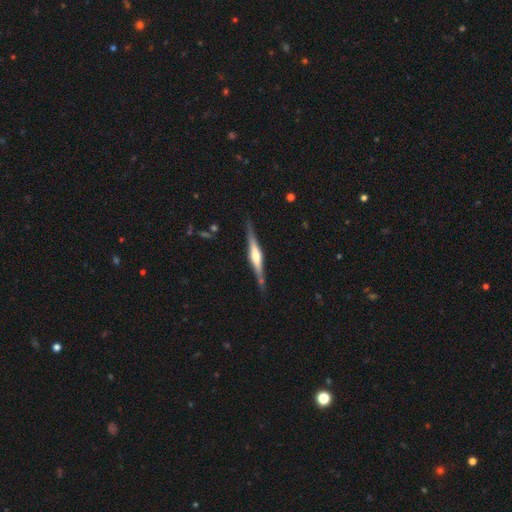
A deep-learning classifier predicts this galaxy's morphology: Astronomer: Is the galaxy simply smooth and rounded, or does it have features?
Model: featured or disk — 73%.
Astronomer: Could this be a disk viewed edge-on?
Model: yes — 97%.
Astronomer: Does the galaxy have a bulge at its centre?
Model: rounded — 73%.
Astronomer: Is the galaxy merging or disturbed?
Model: none — 84%.